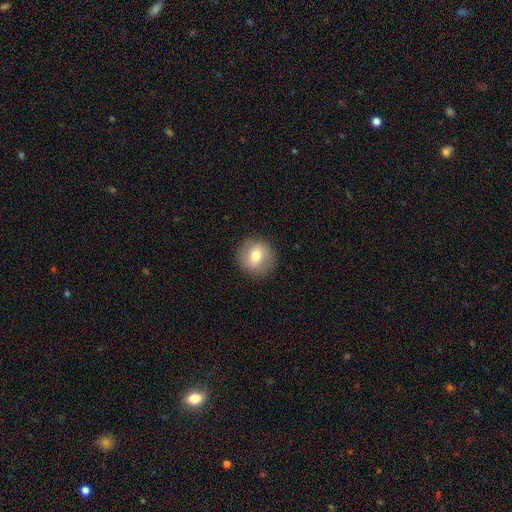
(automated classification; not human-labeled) Smooth or featured: smooth — 66% (featured or disk — 25%)
How rounded: round — 88% (in between — 11%)
Merging: none — 88% (minor disturbance — 9%)